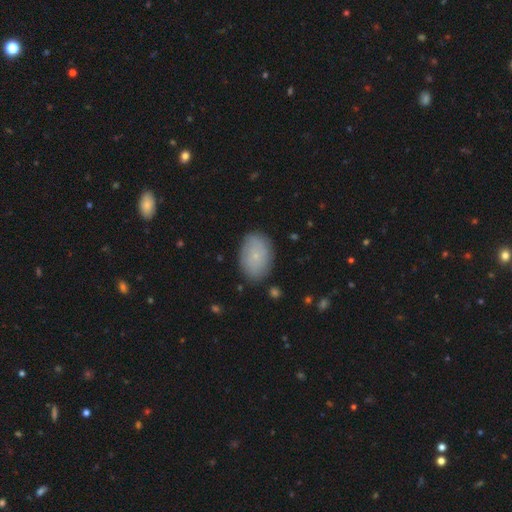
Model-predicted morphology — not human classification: Q: Smooth or featured?
A: smooth (66%); runner-up: featured or disk (26%)
Q: How rounded?
A: in between (86%); runner-up: round (13%)
Q: Merging?
A: none (83%); runner-up: minor disturbance (13%)